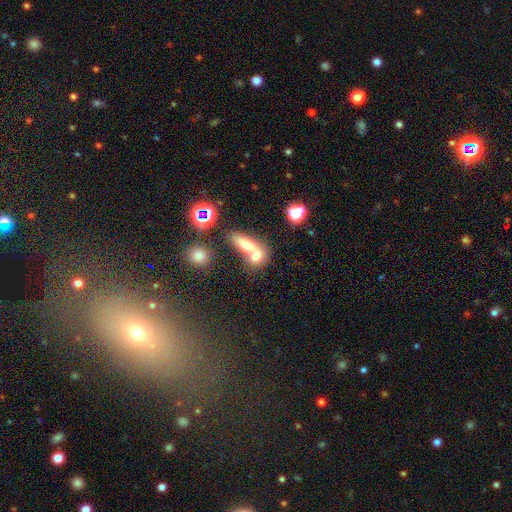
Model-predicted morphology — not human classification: A smooth galaxy with no disk features (68%) that is in between round and cigar-shaped (54%). Merging: merger (64%).